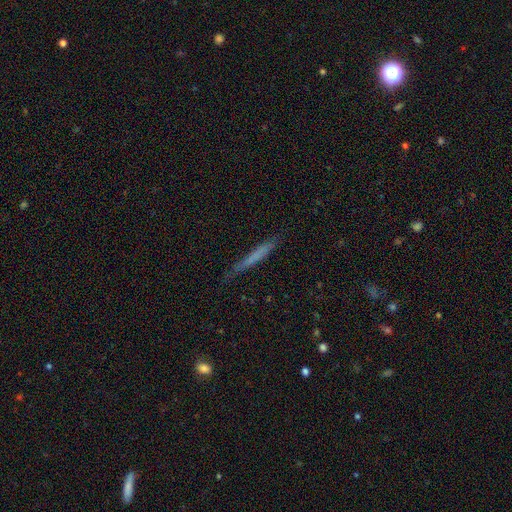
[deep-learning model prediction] Smooth or featured? Predicted: smooth (p=0.57). How rounded? Predicted: cigar-shaped (p=0.96). Merging? Predicted: none (p=0.77).